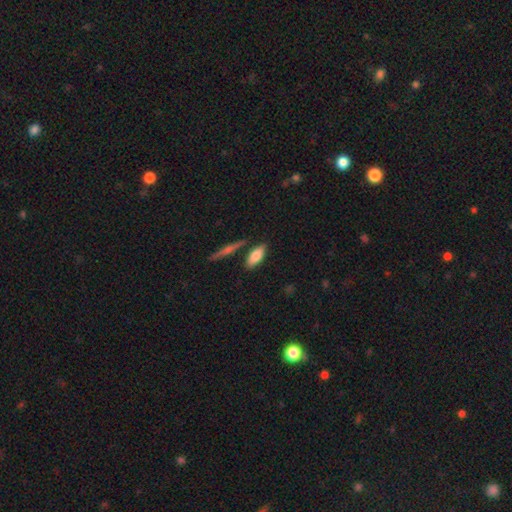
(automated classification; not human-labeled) A smooth galaxy with no disk features (78%) that is in between round and cigar-shaped (78%).

Vote fractions:
- Smooth or featured? smooth: 78% / featured or disk: 16% / star or artifact: 6%
- How rounded? in between: 78% / cigar-shaped: 20% / round: 3%
- Merging? none: 76% / minor disturbance: 13% / merger: 9% / major disturbance: 3%